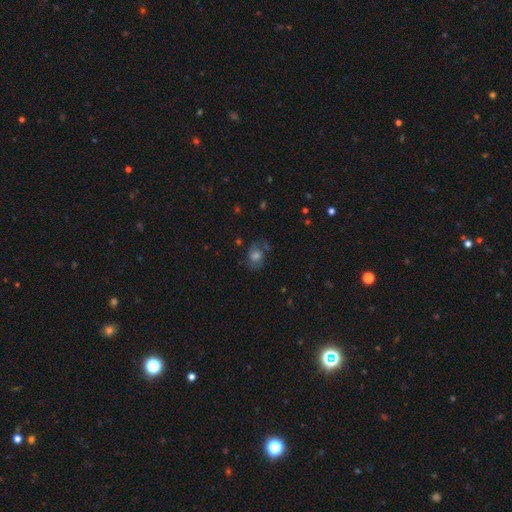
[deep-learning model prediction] This is possibly a smooth galaxy (48%). Merging: likely none (63%).